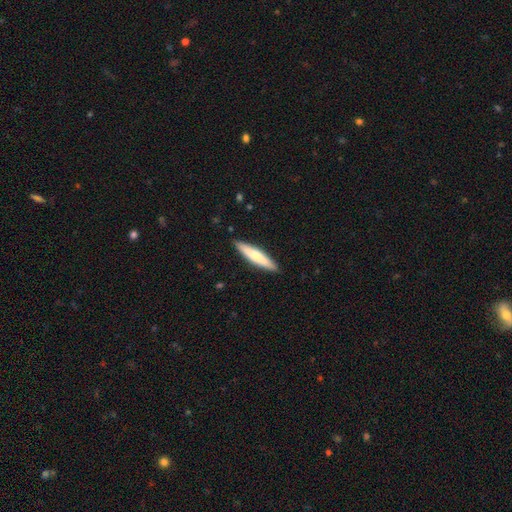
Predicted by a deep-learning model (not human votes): This appears to be a smooth galaxy with no disk features (64%) that is cigar-shaped (84%). Merging: none (90%).